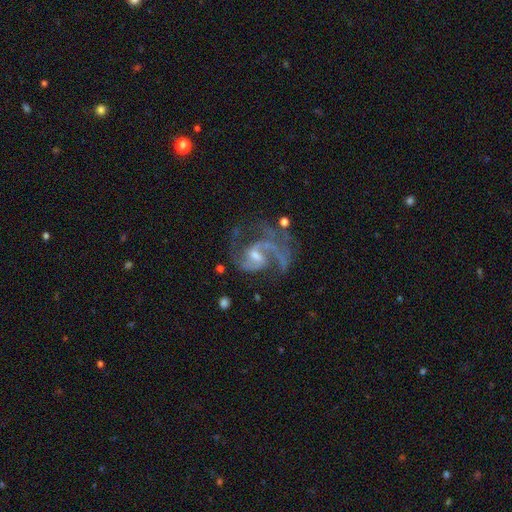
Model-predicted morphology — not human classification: featured or disk 89%, star or artifact 6%, smooth 5%. Down the decision tree: edge-on disk — no (98%); bar — weak (52%); spiral arms — yes (96%); spiral arm count — 2 (70%); spiral winding — medium (55%); bulge size — small (51%); merging — none (46%).